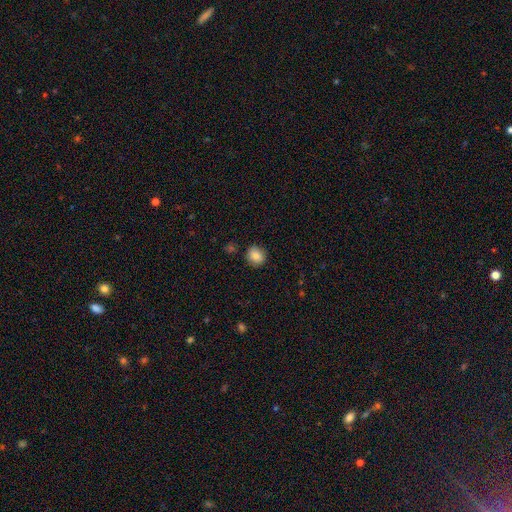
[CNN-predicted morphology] This is clearly a smooth galaxy (85%). How rounded: clearly round (81%). Merging: clearly none (87%).